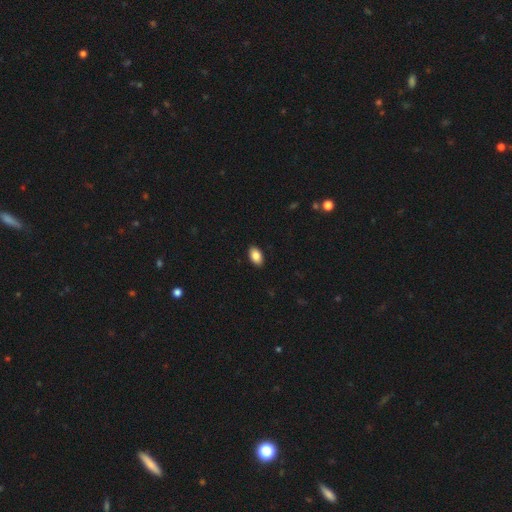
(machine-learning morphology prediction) smooth_or_featured: smooth (p=0.87) [alt: star or artifact p=0.07]
how_rounded: in between (p=0.92) [alt: round p=0.07]
merging: none (p=0.90) [alt: minor disturbance p=0.07]